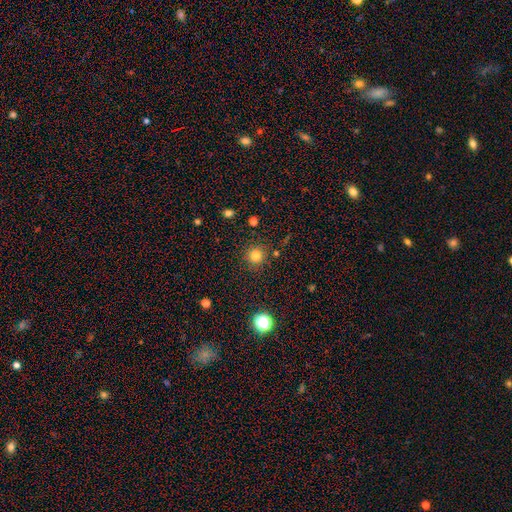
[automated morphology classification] Smooth or featured: smooth — 80% (star or artifact — 15%)
How rounded: round — 94% (in between — 5%)
Merging: none — 87% (minor disturbance — 8%)